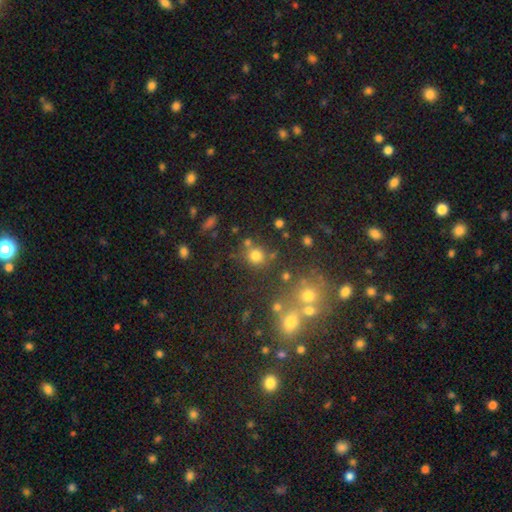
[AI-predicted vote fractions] The model was most divided on "smooth or featured": smooth: 75%, star or artifact: 17%, featured or disk: 8%. More confident: how rounded — round (88%); merging — none (72%).